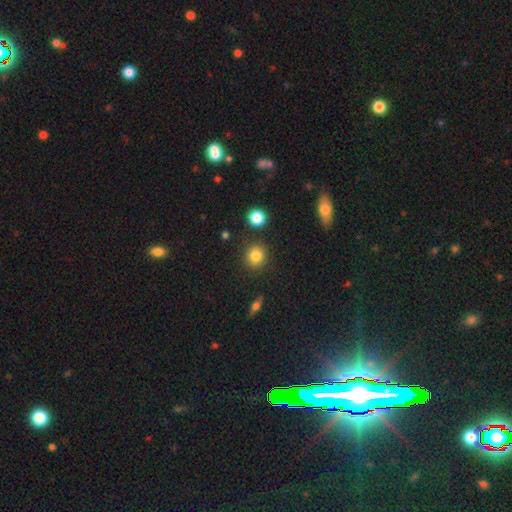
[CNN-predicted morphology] smooth_or_featured: smooth (p=0.83) [alt: star or artifact p=0.11]
how_rounded: round (p=0.85) [alt: in between p=0.13]
merging: none (p=0.87) [alt: minor disturbance p=0.07]